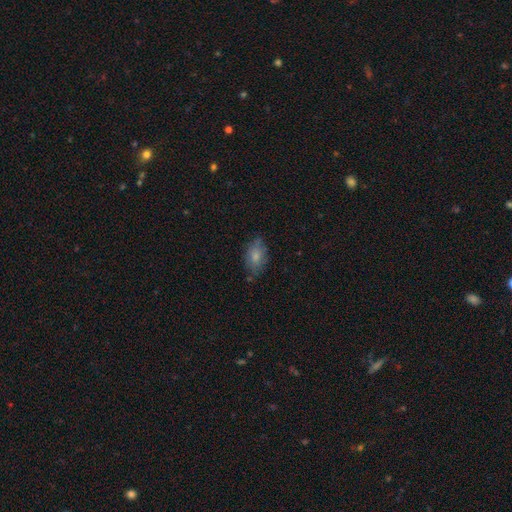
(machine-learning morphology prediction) The model was most divided on "merging": none: 66%, minor disturbance: 25%, major disturbance: 6%, merger: 3%. More confident: how rounded — in between (89%); smooth or featured — smooth (76%).